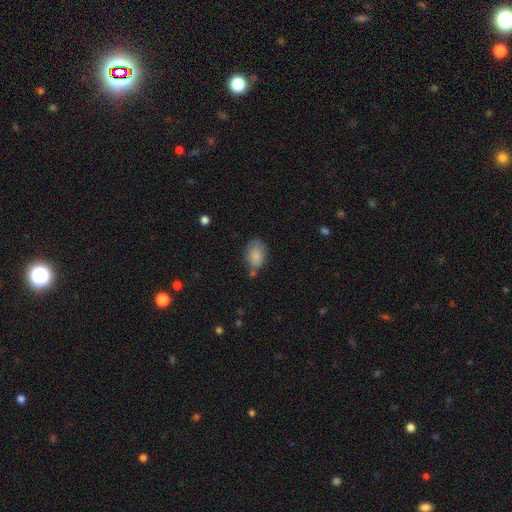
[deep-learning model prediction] smooth-or-featured: smooth: 84% | featured or disk: 9% | star or artifact: 7%
  how-rounded: in between: 85% | round: 14% | cigar-shaped: 1%
  merging: none: 55% | minor disturbance: 28% | merger: 10% | major disturbance: 8%